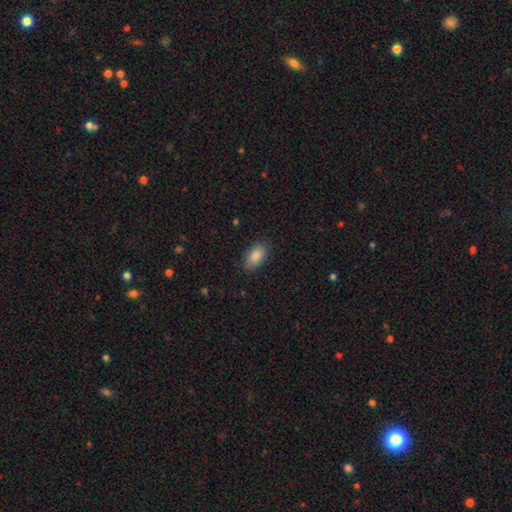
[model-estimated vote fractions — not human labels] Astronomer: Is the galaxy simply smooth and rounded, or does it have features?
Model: smooth — 88%.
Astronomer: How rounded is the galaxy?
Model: in between — 92%.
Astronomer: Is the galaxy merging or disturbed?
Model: none — 85%.